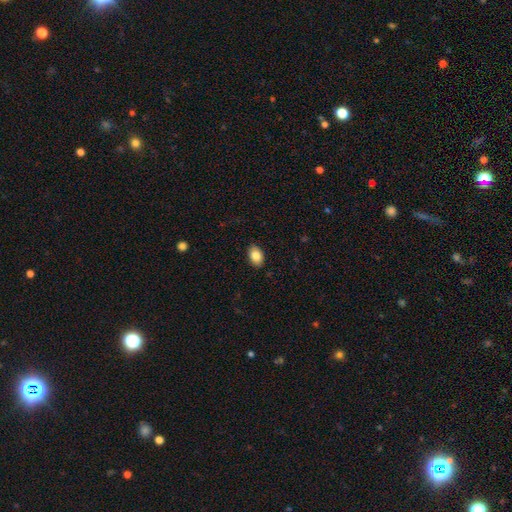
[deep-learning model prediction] A smooth galaxy with no disk features (85%) that is in between round and cigar-shaped (89%). Merging: none (89%).